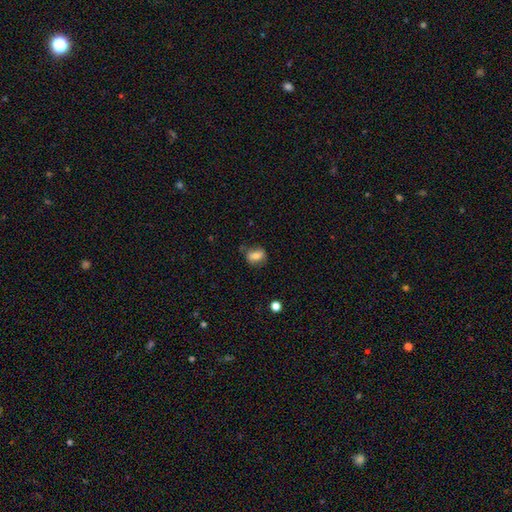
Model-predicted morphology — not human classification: The model was most divided on "merging": none: 62%, minor disturbance: 25%, major disturbance: 9%, merger: 4%. More confident: smooth or featured — smooth (73%); how rounded — in between (69%).